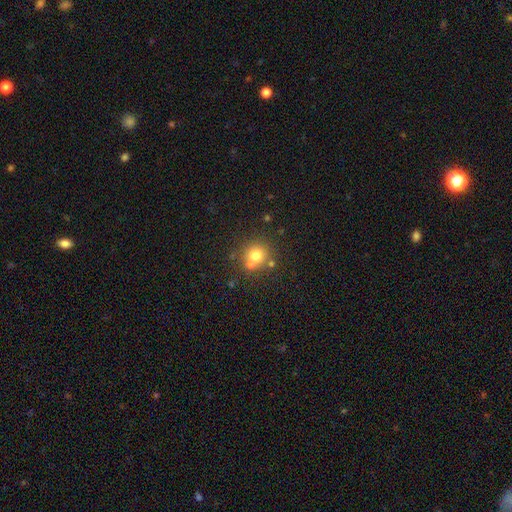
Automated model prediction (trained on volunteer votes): This is likely a smooth galaxy (73%). How rounded: clearly round (90%). Merging: likely none (63%).